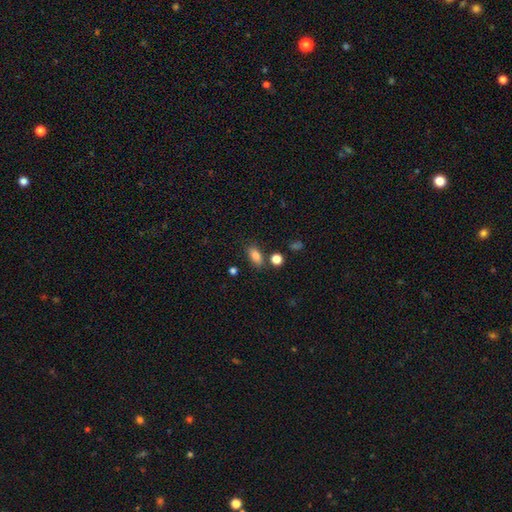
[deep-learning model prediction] Smooth or featured: smooth — 83% (star or artifact — 9%)
How rounded: in between — 85% (round — 9%)
Merging: none — 77% (minor disturbance — 12%)